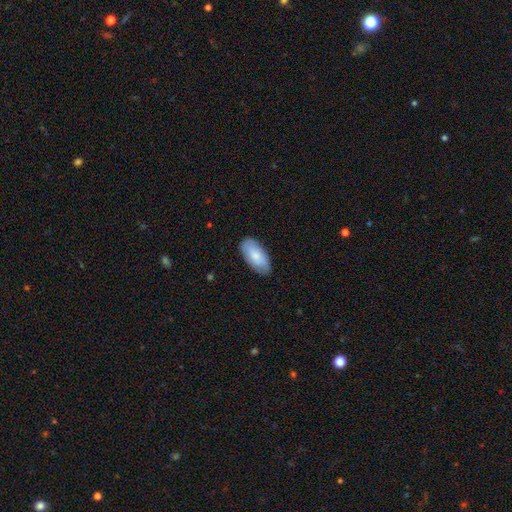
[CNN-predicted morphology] Overall: smooth (75%). How rounded: in between (94%). Merging: none (80%).